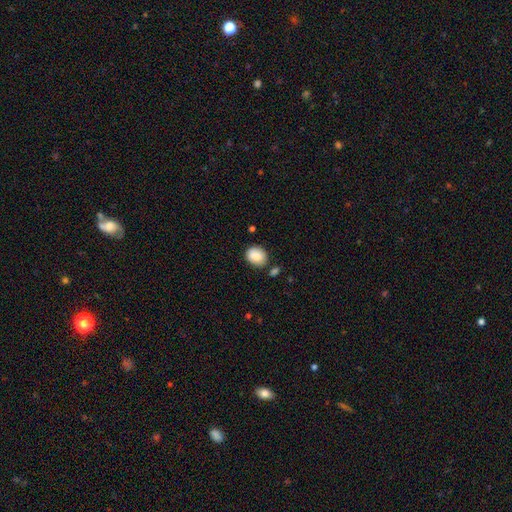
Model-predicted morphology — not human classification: type=smooth (88%); roundness=round (60%); merging=none (76%).